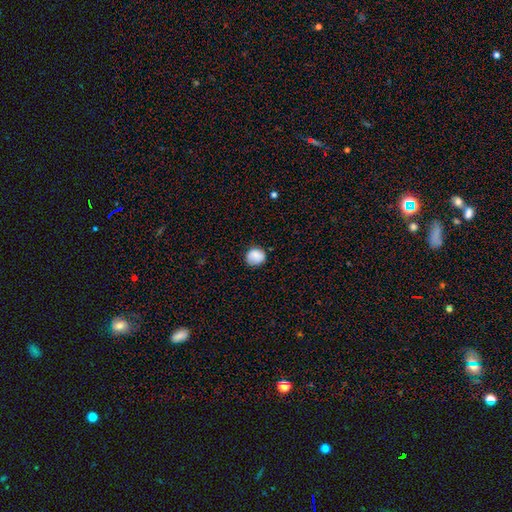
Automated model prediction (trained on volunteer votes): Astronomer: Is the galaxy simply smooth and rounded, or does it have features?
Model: smooth — 82%.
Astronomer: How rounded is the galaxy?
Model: round — 83%.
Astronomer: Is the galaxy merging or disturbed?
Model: none — 74%.